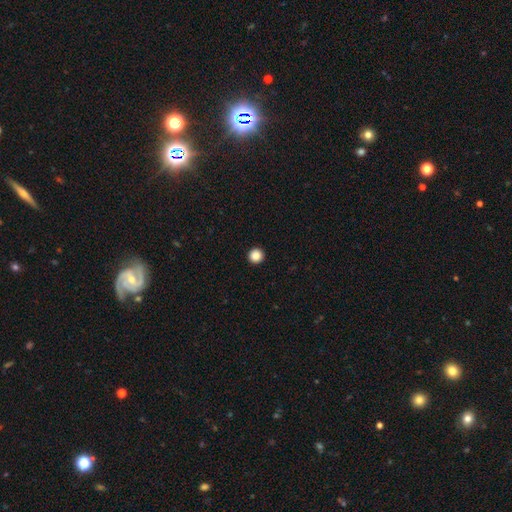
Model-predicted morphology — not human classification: Overall: smooth (87%). How rounded: round (96%). Merging: none (95%).